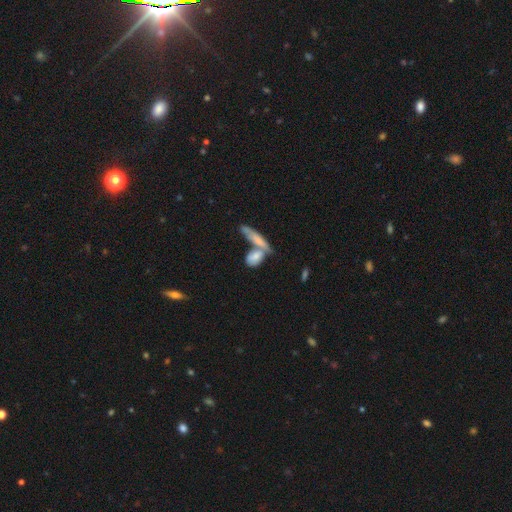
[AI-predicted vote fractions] Smooth or featured? Predicted: smooth (p=0.68). How rounded? Predicted: in between (p=0.64). Merging? Predicted: merger (p=0.49).